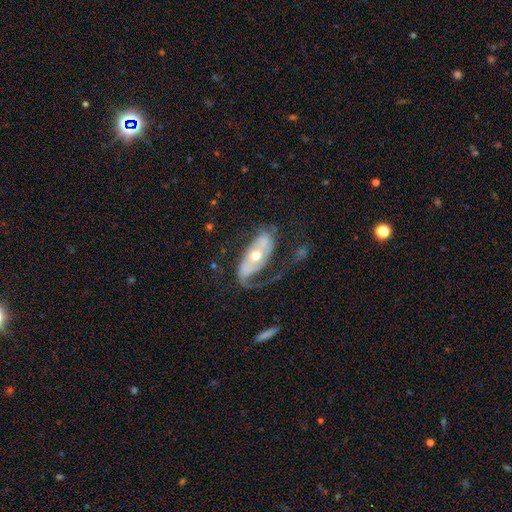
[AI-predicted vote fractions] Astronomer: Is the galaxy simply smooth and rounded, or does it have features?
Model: featured or disk — 77%.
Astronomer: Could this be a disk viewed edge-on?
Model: no — 89%.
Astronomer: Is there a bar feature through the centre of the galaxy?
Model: no — 53%.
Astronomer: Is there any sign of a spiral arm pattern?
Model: yes — 85%.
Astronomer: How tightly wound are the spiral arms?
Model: loose — 45% (runner-up: medium, 35%).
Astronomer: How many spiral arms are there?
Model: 2 — 55% (runner-up: 1, 33%).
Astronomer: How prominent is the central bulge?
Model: moderate — 64%.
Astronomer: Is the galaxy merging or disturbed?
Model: none — 42% (runner-up: major disturbance, 35%).